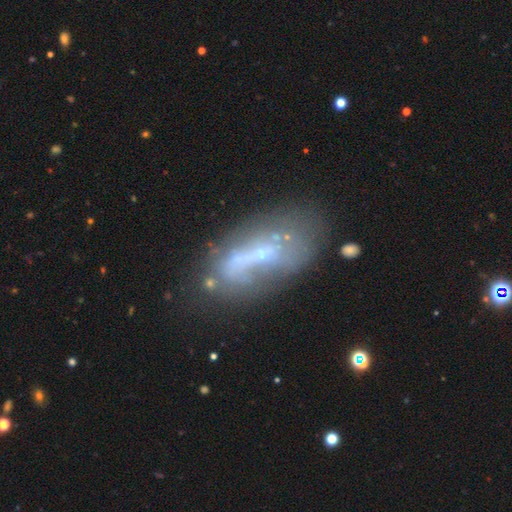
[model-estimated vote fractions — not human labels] smooth_or_featured: featured or disk (p=0.56) [alt: smooth p=0.32]
disk_edge_on: no (p=0.85) [alt: yes p=0.15]
merging: none (p=0.47) [alt: minor disturbance p=0.23]